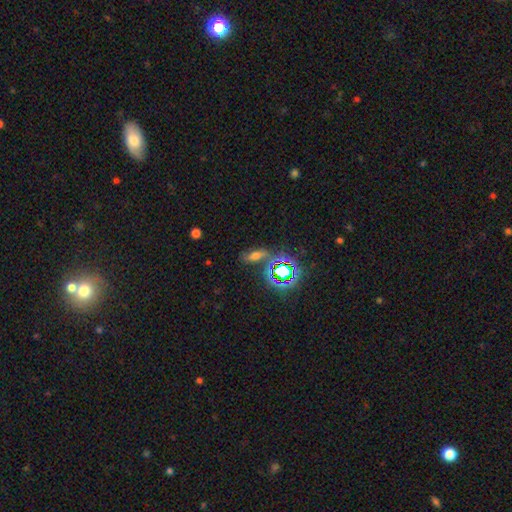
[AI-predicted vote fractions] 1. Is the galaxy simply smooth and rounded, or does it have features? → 41% smooth, 36% star or artifact, 22% featured or disk.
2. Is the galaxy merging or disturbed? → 56% none, 18% minor disturbance, 15% merger, 11% major disturbance.